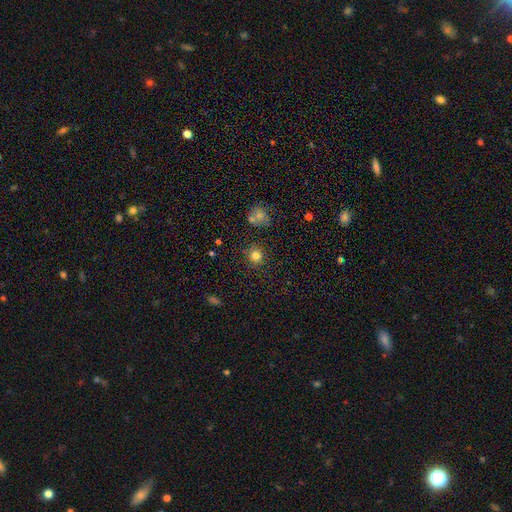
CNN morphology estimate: Smooth or featured? smooth (80%)
How rounded? round (88%)
Merging? none (84%)